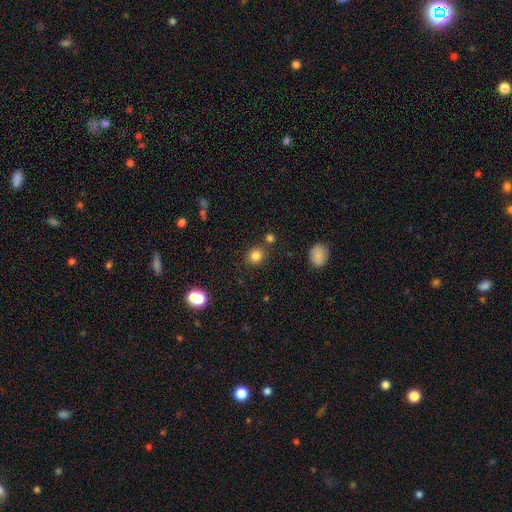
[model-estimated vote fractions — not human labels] Overall: smooth (81%). How rounded: round (80%). Merging: none (78%).